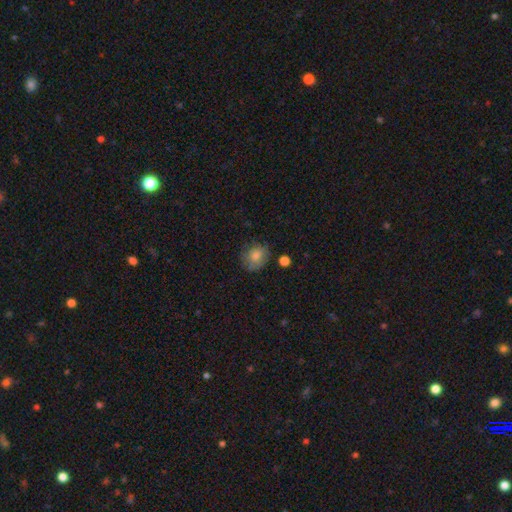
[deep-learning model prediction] Overall: smooth (77%). How rounded: round (63%; in between 36%). Merging: none (66%).